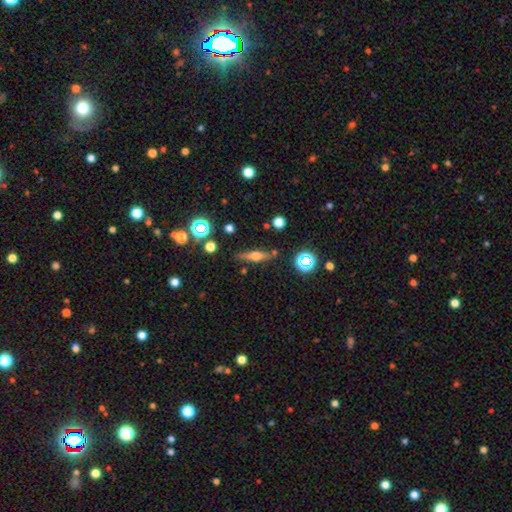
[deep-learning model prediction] This appears to be a featured or disk galaxy (49%). Merging: none (80%).